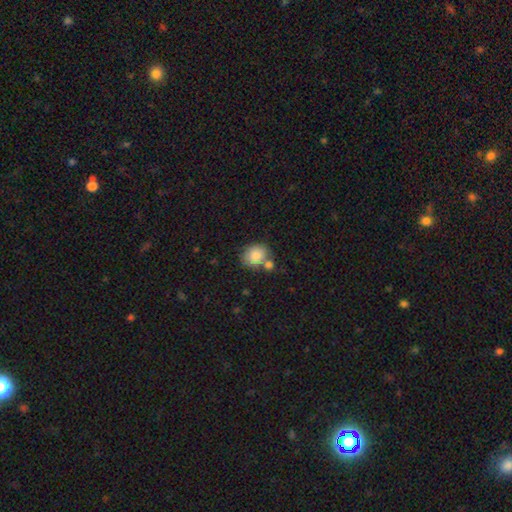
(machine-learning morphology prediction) A smooth galaxy with no disk features (82%) that is round (63%). Merging: none (58%).